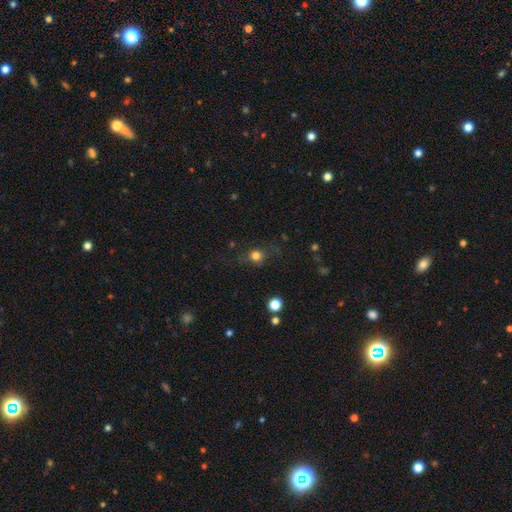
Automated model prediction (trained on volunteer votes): Morphology: type=smooth (76%); roundness=round (84%); merging=none (74%).